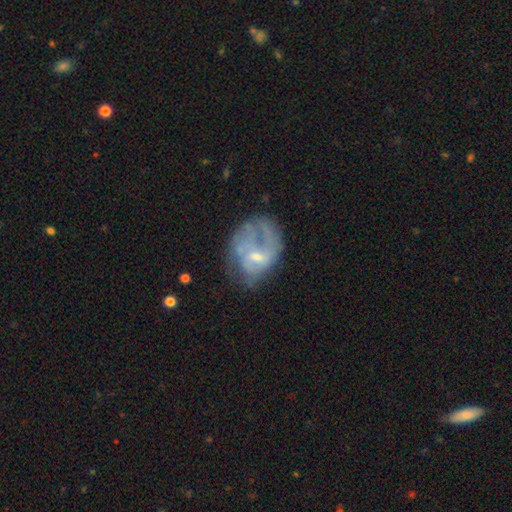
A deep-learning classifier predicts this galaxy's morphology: Overall: featured or disk (60%; smooth 31%). Edge-on disk: no (97%). Bar: no (50%; weak 43%). Spiral arms: yes (53%; no 47%). Bulge size: small (46%; moderate 33%). Merging: major disturbance (40%; none 33%).